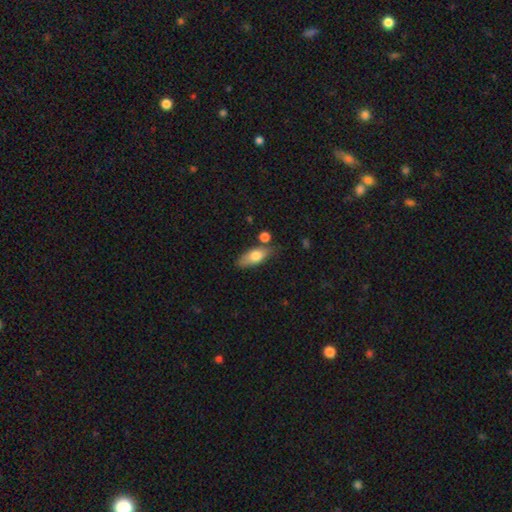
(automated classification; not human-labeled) Overall: smooth (71%). How rounded: in between (76%). Merging: none (66%).